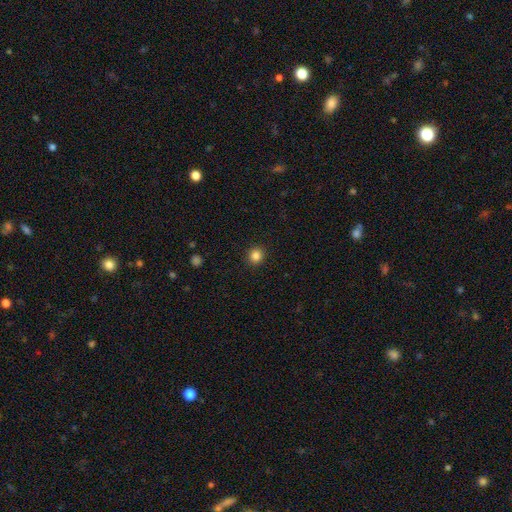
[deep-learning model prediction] smooth 85%, star or artifact 11%, featured or disk 4%. Down the decision tree: how rounded — round (90%); merging — none (92%).